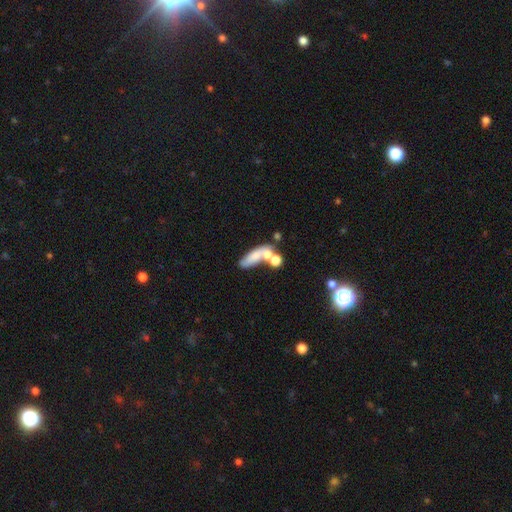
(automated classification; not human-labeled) smooth 61%, featured or disk 28%, star or artifact 11%. Down the decision tree: how rounded — in between (57%); merging — merger (43%).